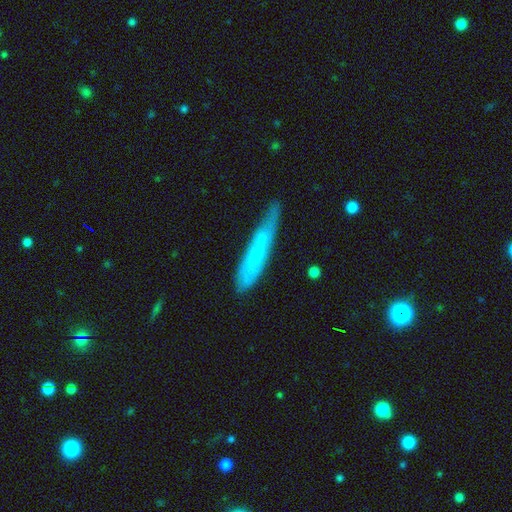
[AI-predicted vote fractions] This is possibly a smooth galaxy (47%). Merging: possibly none (59%).